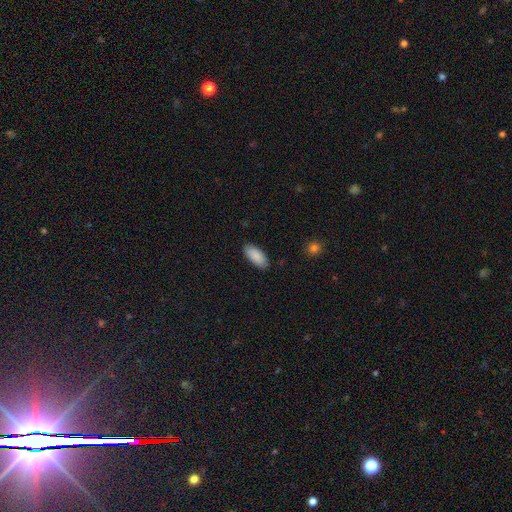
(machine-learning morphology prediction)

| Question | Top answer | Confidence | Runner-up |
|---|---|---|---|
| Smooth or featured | smooth | 90% | star or artifact (6%) |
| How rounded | in between | 88% | cigar-shaped (11%) |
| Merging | none | 87% | minor disturbance (10%) |